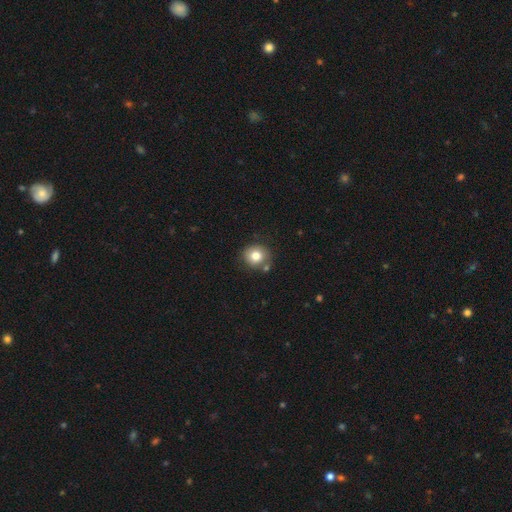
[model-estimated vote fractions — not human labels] Smooth or featured? smooth (79%)
How rounded? round (84%)
Merging? none (71%)